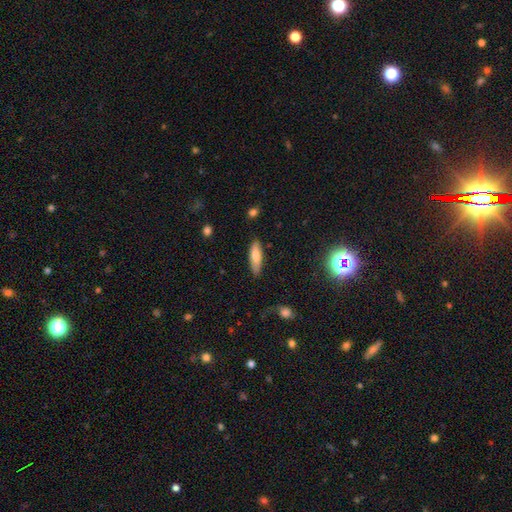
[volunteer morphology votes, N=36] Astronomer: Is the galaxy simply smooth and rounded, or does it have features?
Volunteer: smooth — 92%.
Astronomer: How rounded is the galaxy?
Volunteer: cigar-shaped — 79%.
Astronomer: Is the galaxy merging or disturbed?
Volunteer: none — 76%.